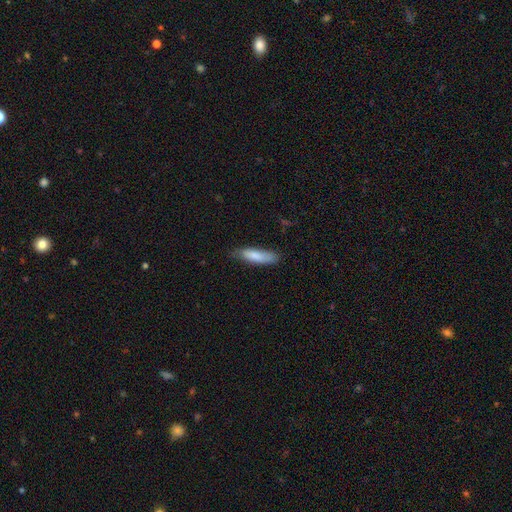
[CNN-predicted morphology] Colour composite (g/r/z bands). It shows a smooth galaxy with no disk features (83%) that is cigar-shaped (63%). Merging: none (74%).